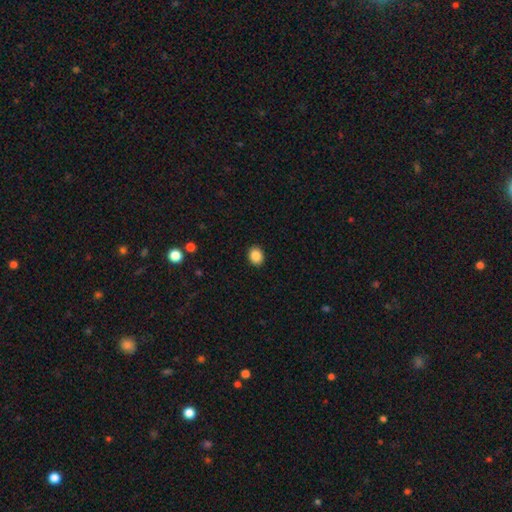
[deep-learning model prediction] Smooth or featured?
  - smooth: 87% *
  - star or artifact: 9%
  - featured or disk: 4%
How rounded?
  - round: 51% *
  - in between: 48%
  - cigar-shaped: 1%
Merging?
  - none: 91% *
  - minor disturbance: 6%
  - major disturbance: 2%
  - merger: 1%